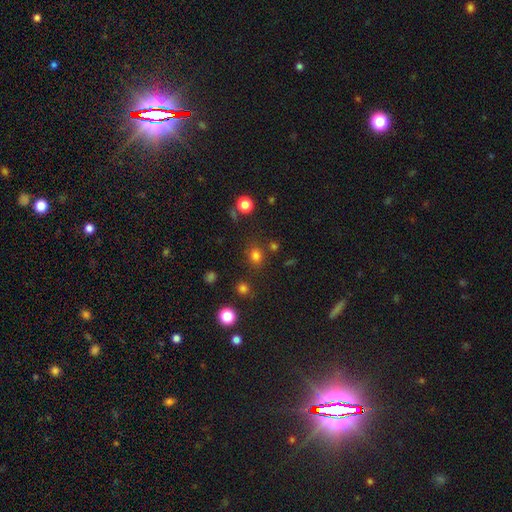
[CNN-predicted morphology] A smooth galaxy with no disk features (77%) that is round (75%). Merging: none (78%).